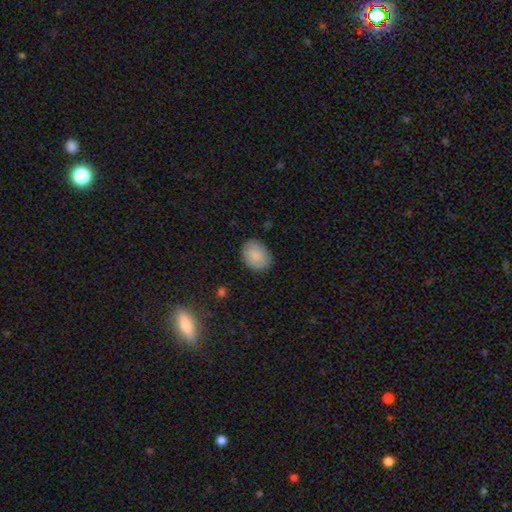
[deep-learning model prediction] smooth_or_featured: smooth (p=0.86) [alt: star or artifact p=0.07]
how_rounded: in between (p=0.61) [alt: round p=0.38]
merging: none (p=0.83) [alt: minor disturbance p=0.13]